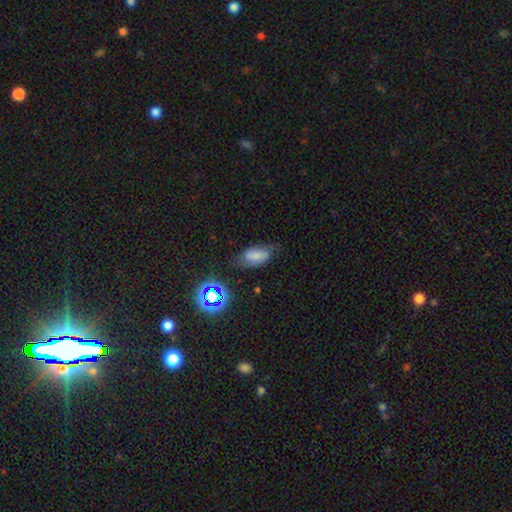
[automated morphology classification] smooth-or-featured: smooth: 55% | featured or disk: 30% | star or artifact: 16%
  how-rounded: in between: 89% | cigar-shaped: 6% | round: 5%
  merging: none: 63% | minor disturbance: 26% | major disturbance: 9% | merger: 3%